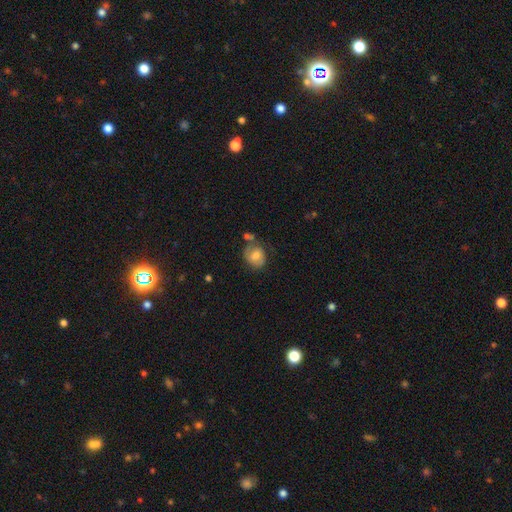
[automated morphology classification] Q: Smooth or featured?
A: smooth (62%); runner-up: featured or disk (29%)
Q: How rounded?
A: round (53%); runner-up: in between (46%)
Q: Merging?
A: none (53%); runner-up: minor disturbance (24%)